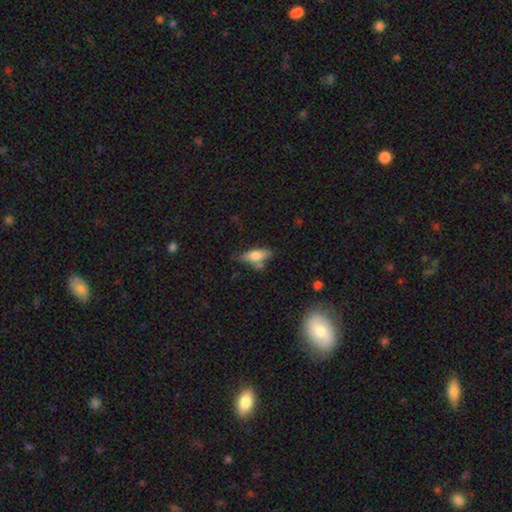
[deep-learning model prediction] Smooth or featured?
  - smooth: 68% *
  - featured or disk: 24%
  - star or artifact: 7%
How rounded?
  - in between: 66% *
  - cigar-shaped: 31%
  - round: 3%
Merging?
  - none: 53% *
  - minor disturbance: 24%
  - merger: 15%
  - major disturbance: 8%